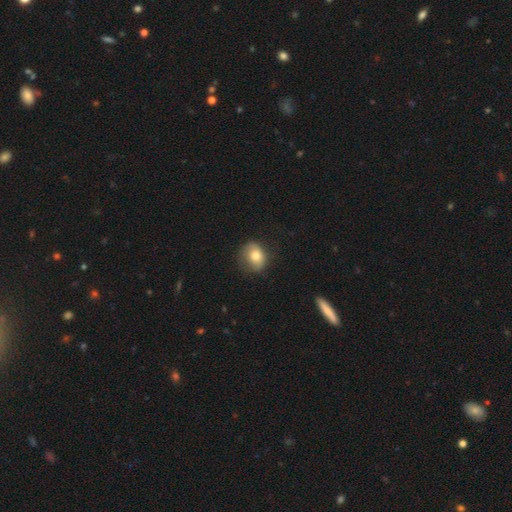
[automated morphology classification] smooth-or-featured: smooth: 75% | featured or disk: 16% | star or artifact: 8%
  how-rounded: round: 59% | in between: 40% | cigar-shaped: 1%
  merging: none: 60% | minor disturbance: 28% | major disturbance: 11% | merger: 1%